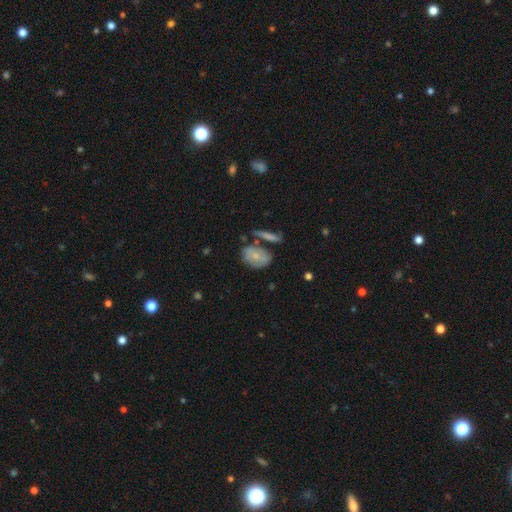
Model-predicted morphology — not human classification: smooth-or-featured: smooth: 55% | featured or disk: 38% | star or artifact: 8%
  how-rounded: in between: 72% | round: 25% | cigar-shaped: 3%
  merging: none: 51% | minor disturbance: 22% | merger: 17% | major disturbance: 10%